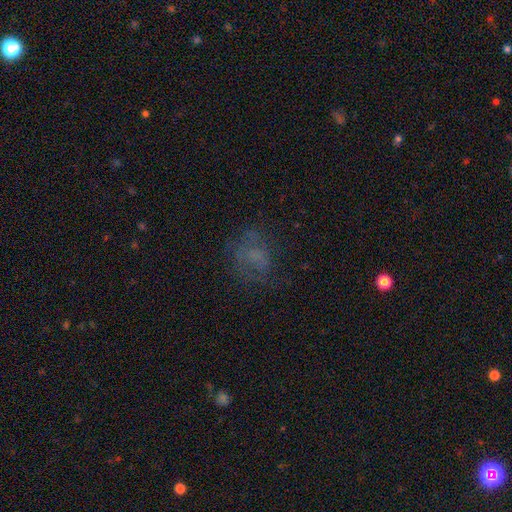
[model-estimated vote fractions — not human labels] Morphology: type=smooth (46%); merging=none (57%).